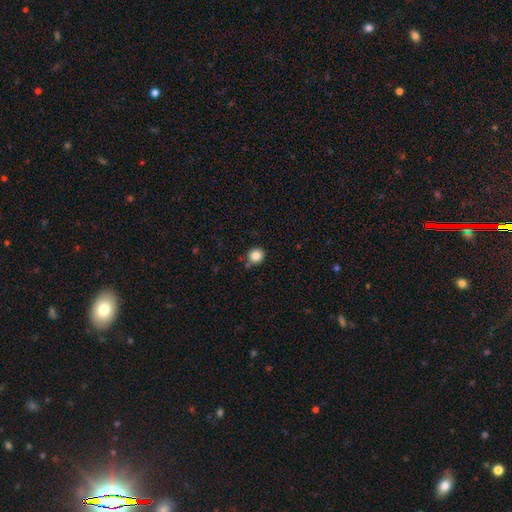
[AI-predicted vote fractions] smooth 85%, star or artifact 10%, featured or disk 5%. Down the decision tree: how rounded — round (85%); merging — none (81%).